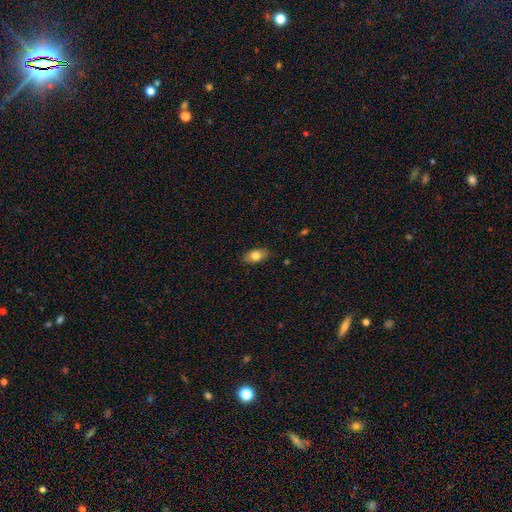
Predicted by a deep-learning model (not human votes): This is likely a smooth galaxy (80%). How rounded: clearly in between (89%). Merging: clearly none (86%).